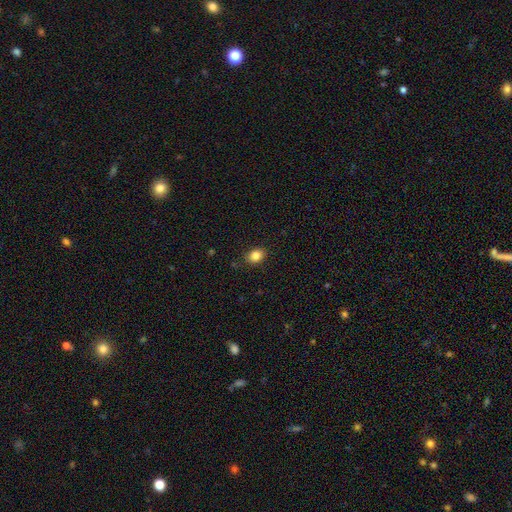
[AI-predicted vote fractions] This appears to be a smooth galaxy with no disk features (85%) that is in between round and cigar-shaped (56%). Merging: none (86%).